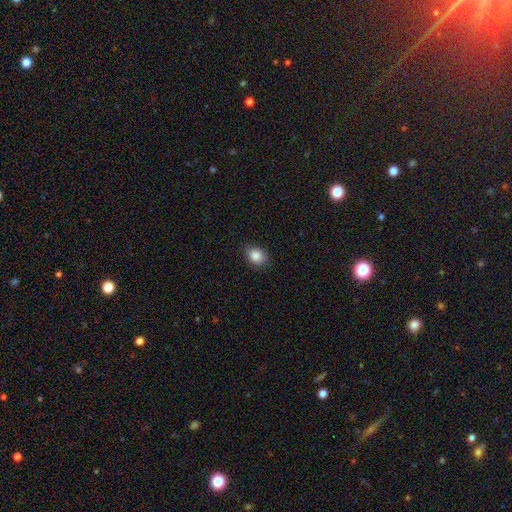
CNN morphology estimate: Smooth or featured? smooth (86%)
How rounded? in between (60%)
Merging? none (84%)